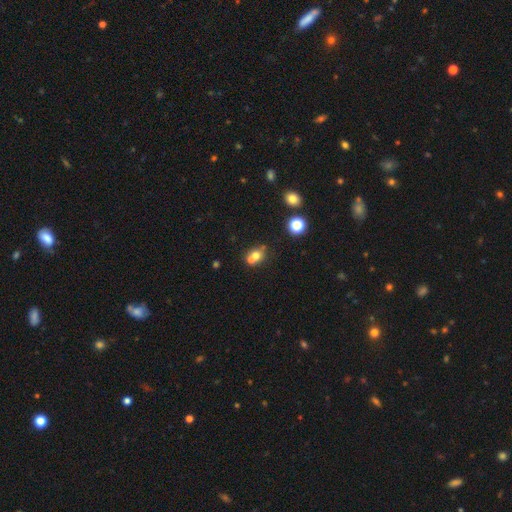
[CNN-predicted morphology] Smooth or featured? Predicted: smooth (p=0.65). How rounded? Predicted: round (p=0.66). Merging? Predicted: merger (p=0.51).